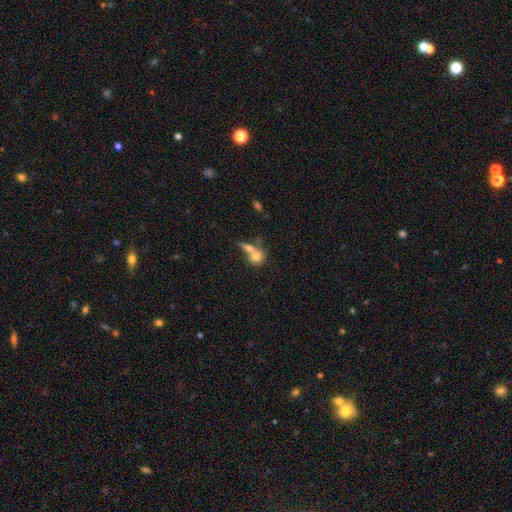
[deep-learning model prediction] Overall: smooth (73%). How rounded: round (65%; in between 31%). Merging: merger (57%; none 29%).